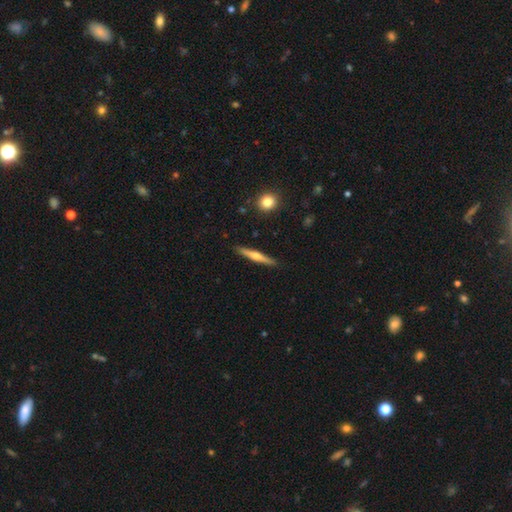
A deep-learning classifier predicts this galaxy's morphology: A featured or disk galaxy (57%) viewed edge-on (97%) with a rounded central bulge (83%). Merging: none (90%).